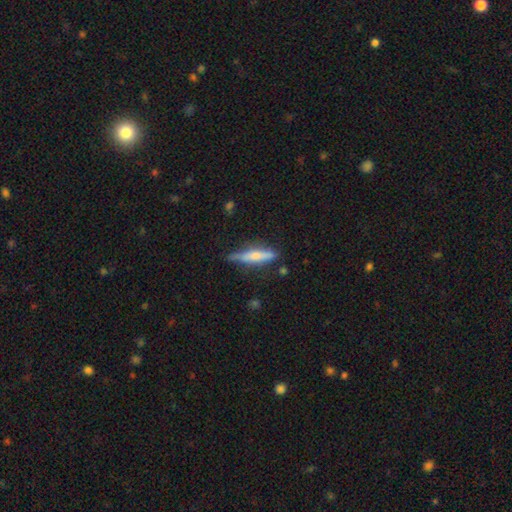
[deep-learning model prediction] A featured or disk galaxy (51%) viewed edge-on (93%).

Vote fractions:
- Smooth or featured? featured or disk: 51% / smooth: 43% / star or artifact: 6%
- Edge-on disk? yes: 93% / no: 7%
- Merging? none: 75% / minor disturbance: 19% / major disturbance: 4% / merger: 3%